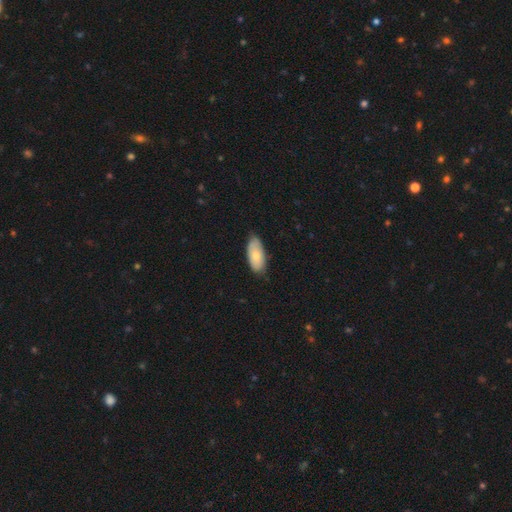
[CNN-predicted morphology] Smooth or featured: smooth — 74% (featured or disk — 20%)
How rounded: in between — 90% (cigar-shaped — 7%)
Merging: none — 75% (minor disturbance — 21%)